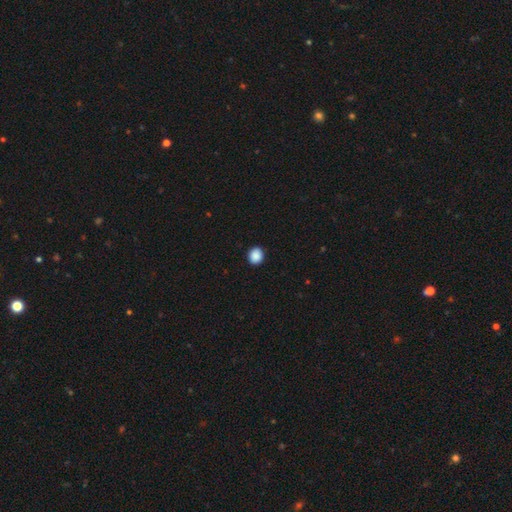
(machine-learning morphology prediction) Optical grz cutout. It shows a smooth galaxy with no disk features (89%) that is round (79%). Merging: none (92%).